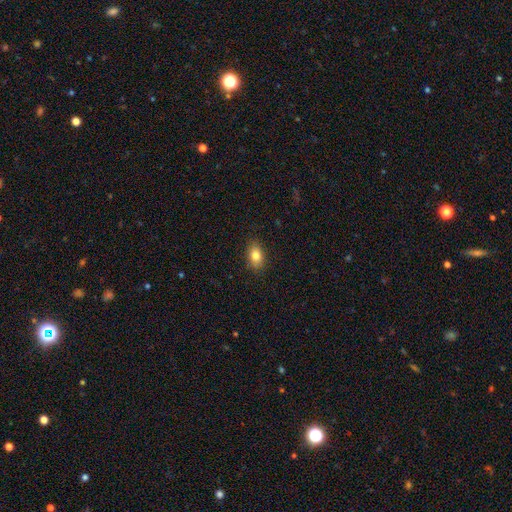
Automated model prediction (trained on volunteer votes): smooth 81%, featured or disk 9%, star or artifact 9%. Down the decision tree: how rounded — in between (82%); merging — none (87%).